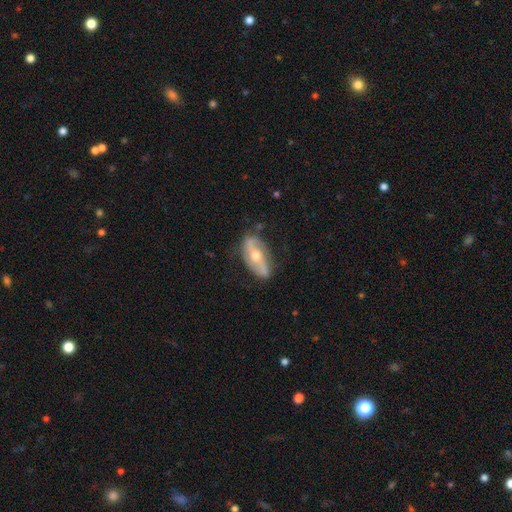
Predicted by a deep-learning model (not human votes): Smooth or featured?
  - featured or disk: 70% *
  - smooth: 24%
  - star or artifact: 6%
Edge-on disk?
  - no: 82% *
  - yes: 18%
Bar?
  - no: 37% *
  - strong: 36%
  - weak: 26%
Spiral arms?
  - yes: 72% *
  - no: 28%
Bulge size?
  - moderate: 69% *
  - small: 26%
  - large: 3%
  - none: 1%
  - dominant: 1%
Merging?
  - none: 73% *
  - minor disturbance: 19%
  - major disturbance: 6%
  - merger: 2%